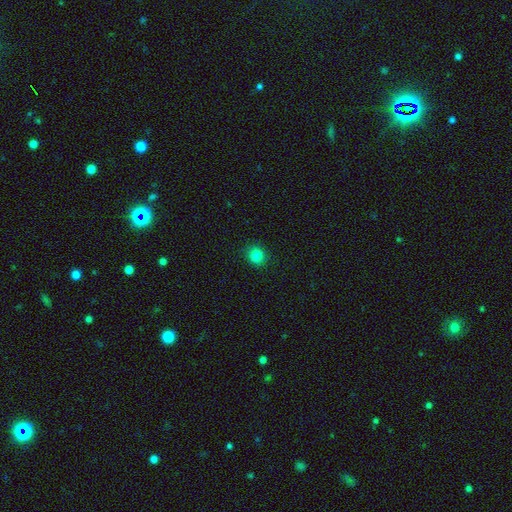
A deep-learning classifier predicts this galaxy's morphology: Smooth or featured? smooth (83%)
How rounded? round (77%)
Merging? none (88%)